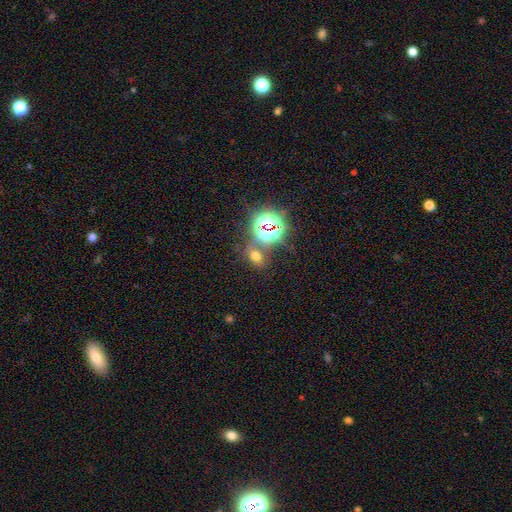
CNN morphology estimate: Smooth or featured?
  - smooth: 46% *
  - star or artifact: 44%
  - featured or disk: 10%
Merging?
  - none: 65% *
  - merger: 18%
  - minor disturbance: 11%
  - major disturbance: 6%